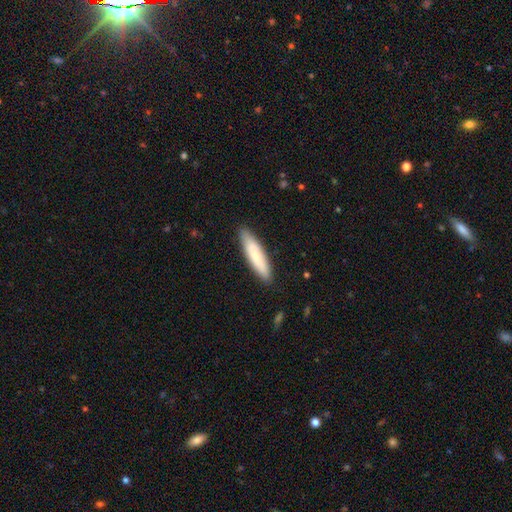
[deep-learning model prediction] A smooth galaxy with no disk features (75%) that is cigar-shaped (77%).

Vote fractions:
- Smooth or featured? smooth: 75% / featured or disk: 19% / star or artifact: 6%
- How rounded? cigar-shaped: 77% / in between: 21% / round: 1%
- Merging? none: 87% / minor disturbance: 10% / major disturbance: 2% / merger: 1%